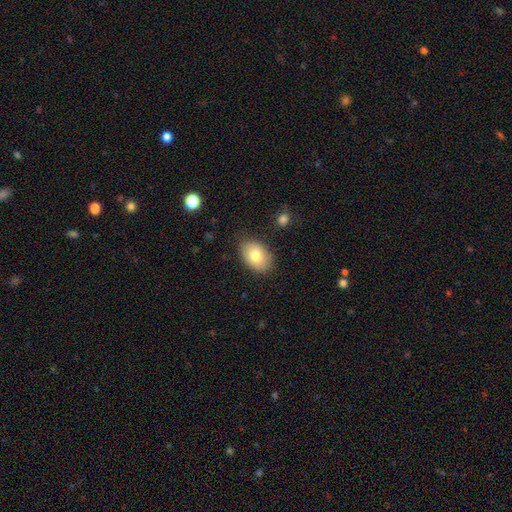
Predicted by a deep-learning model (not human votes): The model was most divided on "smooth or featured": smooth: 79%, featured or disk: 13%, star or artifact: 8%. More confident: how rounded — in between (84%); merging — none (84%).